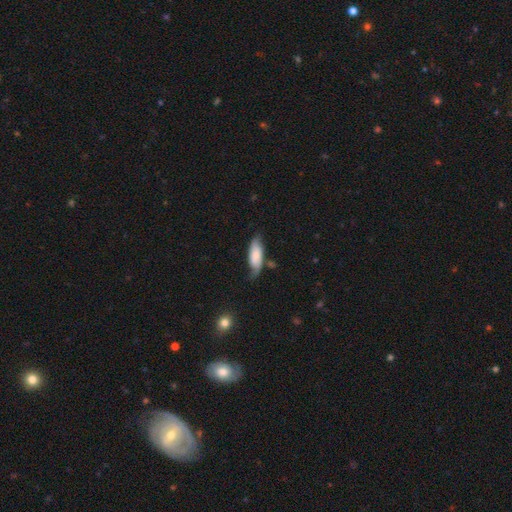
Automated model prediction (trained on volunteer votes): This appears to be a smooth galaxy with no disk features (67%) that is in between round and cigar-shaped (70%). Merging: none (52%).